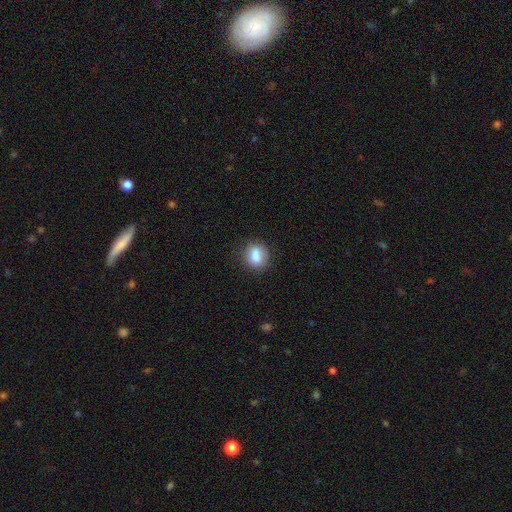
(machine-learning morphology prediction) This is clearly a smooth galaxy (82%). How rounded: possibly round (51%). Merging: clearly none (81%).